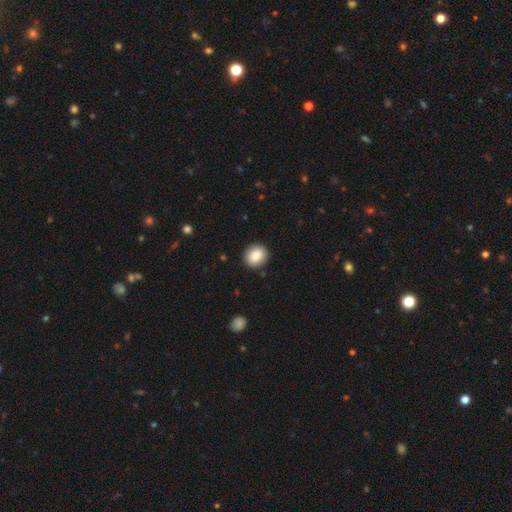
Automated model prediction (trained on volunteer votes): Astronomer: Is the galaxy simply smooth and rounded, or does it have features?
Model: smooth — 85%.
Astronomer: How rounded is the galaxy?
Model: round — 73%.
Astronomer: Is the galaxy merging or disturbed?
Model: none — 90%.